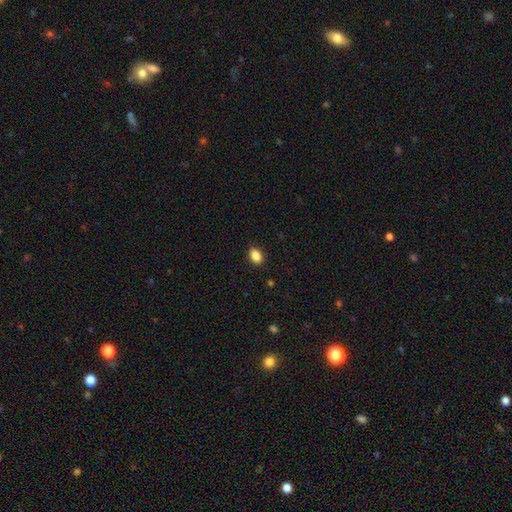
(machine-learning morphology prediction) Smooth or featured? Predicted: smooth (p=0.88). How rounded? Predicted: in between (p=0.82). Merging? Predicted: none (p=0.89).